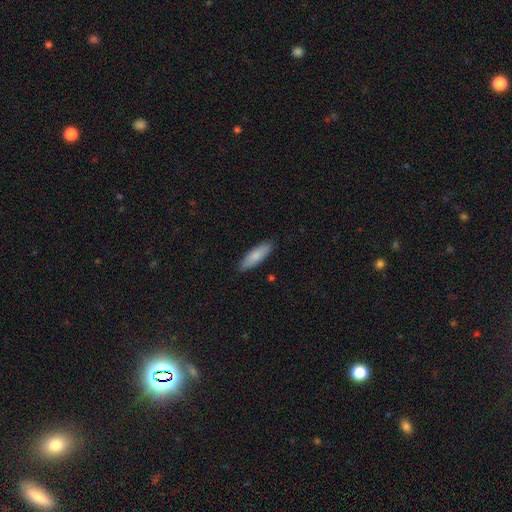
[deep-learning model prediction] Q: Smooth or featured?
A: smooth (83%); runner-up: featured or disk (11%)
Q: How rounded?
A: cigar-shaped (50%); runner-up: in between (48%)
Q: Merging?
A: none (88%); runner-up: minor disturbance (9%)